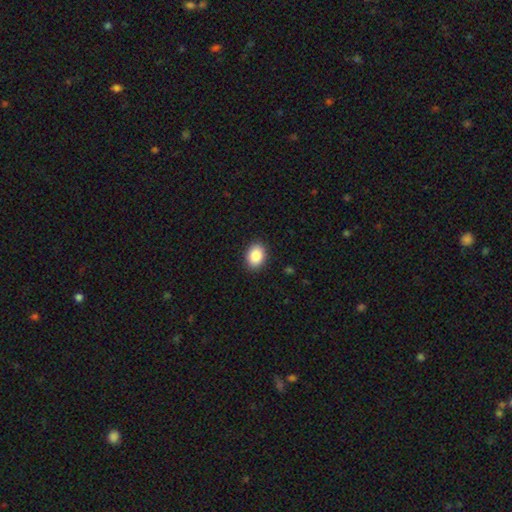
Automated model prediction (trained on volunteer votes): Smooth or featured?
  - smooth: 88% *
  - star or artifact: 8%
  - featured or disk: 4%
How rounded?
  - in between: 75% *
  - round: 24%
  - cigar-shaped: 1%
Merging?
  - none: 90% *
  - minor disturbance: 7%
  - major disturbance: 2%
  - merger: 1%